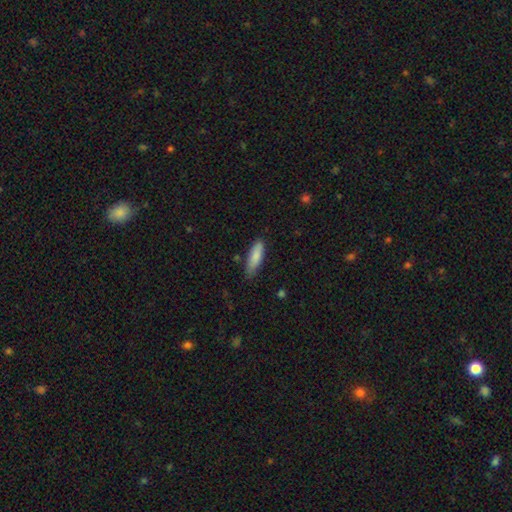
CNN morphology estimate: smooth_or_featured: smooth (p=0.85) [alt: featured or disk p=0.09]
how_rounded: in between (p=0.52) [alt: cigar-shaped p=0.47]
merging: none (p=0.75) [alt: minor disturbance p=0.20]